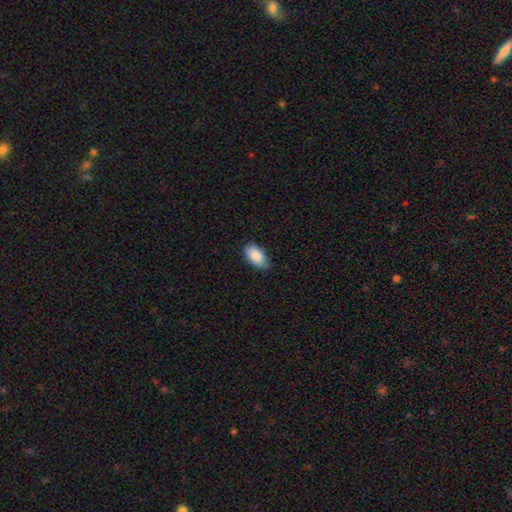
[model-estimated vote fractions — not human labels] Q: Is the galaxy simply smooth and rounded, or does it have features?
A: smooth — 89%.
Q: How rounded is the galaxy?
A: in between — 94%.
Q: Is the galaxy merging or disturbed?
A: none — 79%.